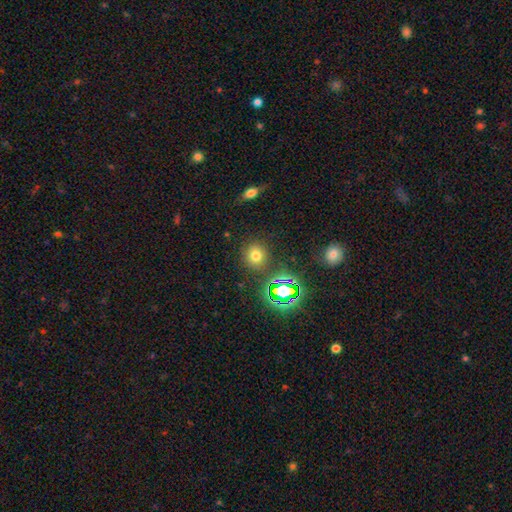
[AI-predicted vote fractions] smooth-or-featured: smooth: 68% | star or artifact: 24% | featured or disk: 8%
  how-rounded: round: 86% | in between: 13% | cigar-shaped: 1%
  merging: none: 85% | minor disturbance: 8% | major disturbance: 3% | merger: 3%